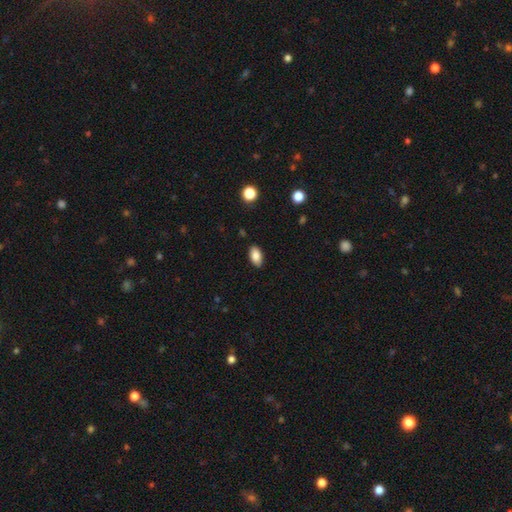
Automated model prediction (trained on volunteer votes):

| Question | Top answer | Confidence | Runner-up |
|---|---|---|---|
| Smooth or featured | smooth | 86% | star or artifact (8%) |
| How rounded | in between | 92% | round (5%) |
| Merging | none | 86% | minor disturbance (10%) |